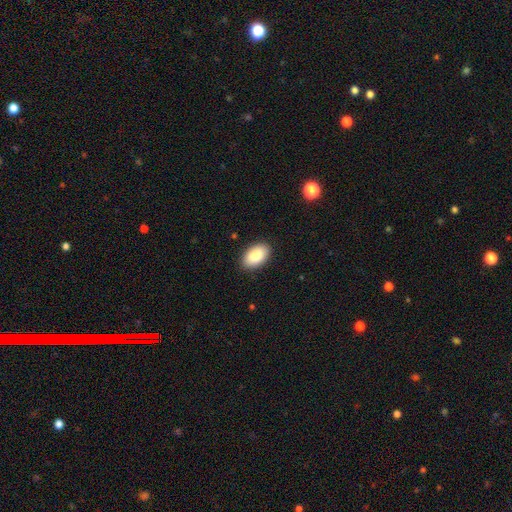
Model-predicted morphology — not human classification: A smooth galaxy with no disk features (89%) that is in between round and cigar-shaped (94%). Merging: none (89%).